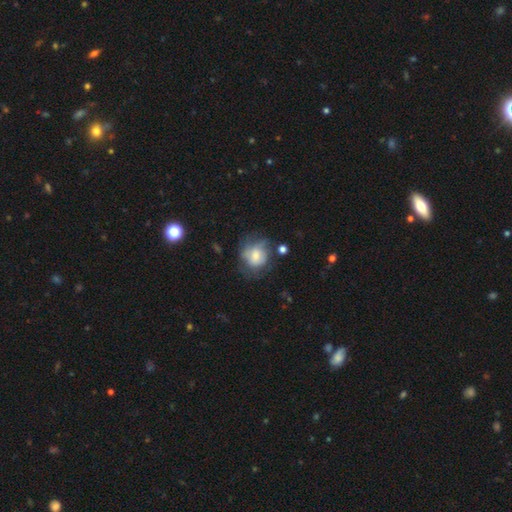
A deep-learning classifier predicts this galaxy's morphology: A smooth galaxy with no disk features (56%) that is round (68%). Merging: none (47%).